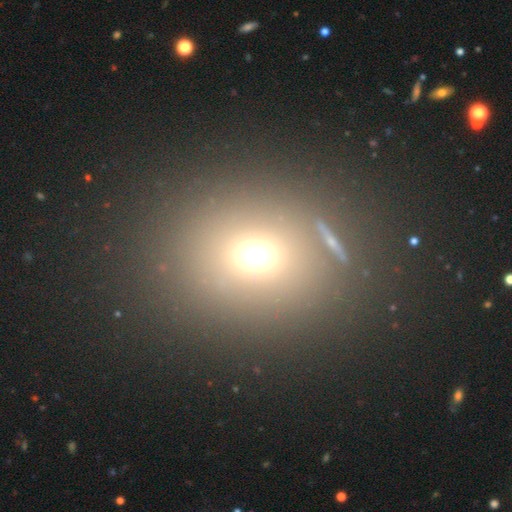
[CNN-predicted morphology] This is likely a smooth galaxy (65%). How rounded: likely round (67%). Merging: likely none (77%).